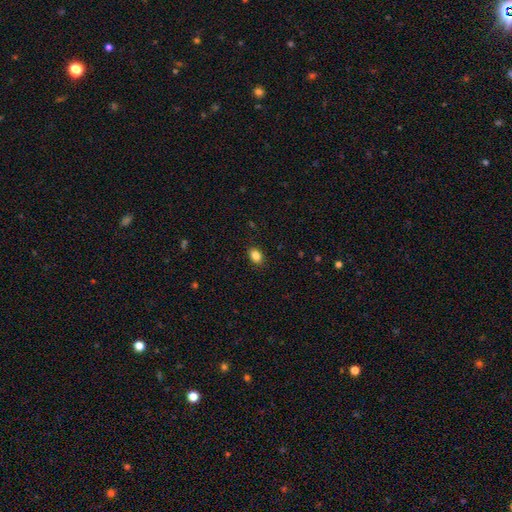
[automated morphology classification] This is clearly a smooth galaxy (86%). How rounded: likely in between (69%). Merging: clearly none (89%).